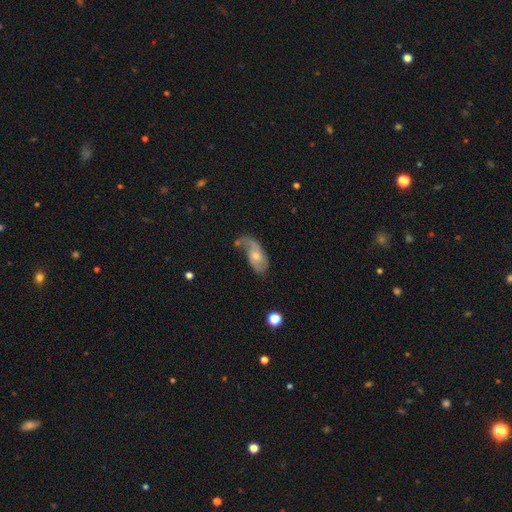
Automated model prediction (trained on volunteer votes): featured or disk 67%, smooth 26%, star or artifact 6%. Down the decision tree: edge-on disk — no (95%); bar — no (69%); spiral arms — yes (86%); spiral arm count — 2 (60%); spiral winding — loose (49%); bulge size — moderate (49%); merging — none (37%).